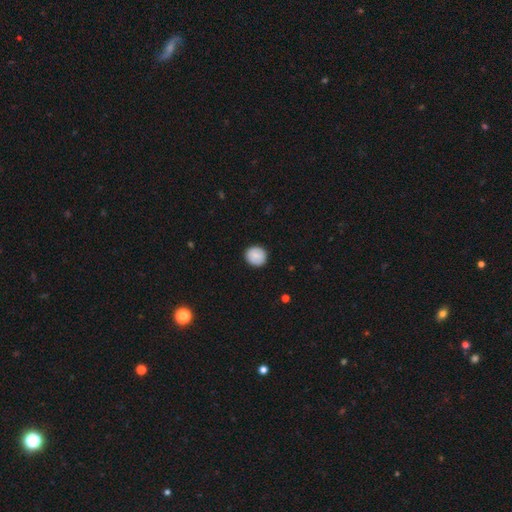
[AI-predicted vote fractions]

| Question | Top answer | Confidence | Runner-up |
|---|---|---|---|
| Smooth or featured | smooth | 82% | featured or disk (11%) |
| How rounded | round | 89% | in between (10%) |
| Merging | none | 89% | minor disturbance (8%) |